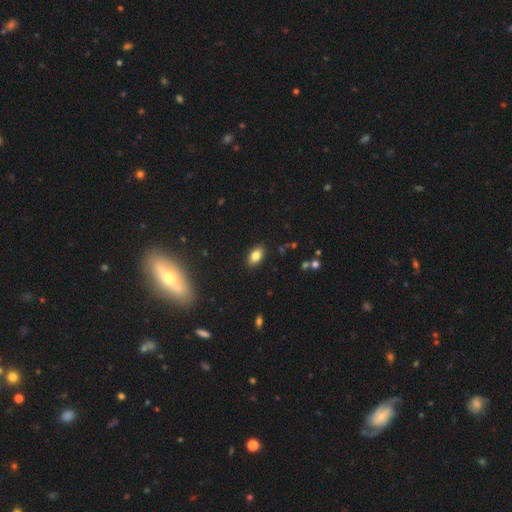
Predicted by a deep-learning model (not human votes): A smooth galaxy with no disk features (82%) that is in between round and cigar-shaped (89%).

Vote fractions:
- Smooth or featured? smooth: 82% / star or artifact: 9% / featured or disk: 9%
- How rounded? in between: 89% / round: 8% / cigar-shaped: 3%
- Merging? none: 88% / minor disturbance: 9% / major disturbance: 2% / merger: 1%